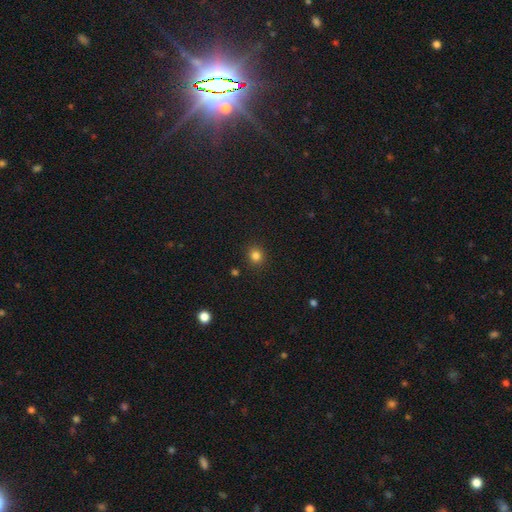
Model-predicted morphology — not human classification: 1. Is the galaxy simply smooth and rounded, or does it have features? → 82% smooth, 13% star or artifact, 4% featured or disk.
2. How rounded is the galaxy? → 86% round, 13% in between, 1% cigar-shaped.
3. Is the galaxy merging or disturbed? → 90% none, 6% minor disturbance, 2% major disturbance, 2% merger.